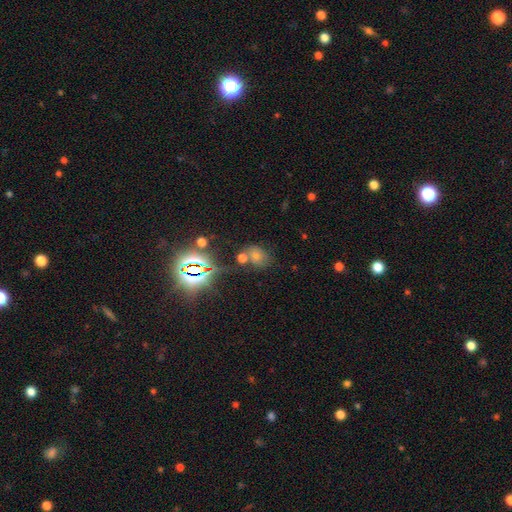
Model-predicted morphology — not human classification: Smooth or featured: star or artifact — 55% (smooth — 33%)